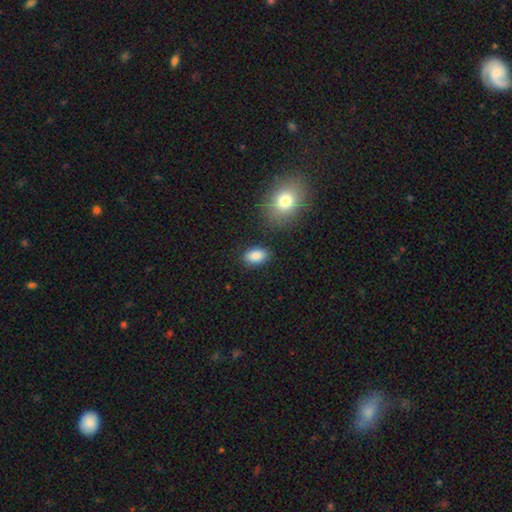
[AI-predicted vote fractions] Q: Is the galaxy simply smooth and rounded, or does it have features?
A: smooth — 87%.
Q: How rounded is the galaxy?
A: in between — 89%.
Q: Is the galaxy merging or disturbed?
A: none — 84%.